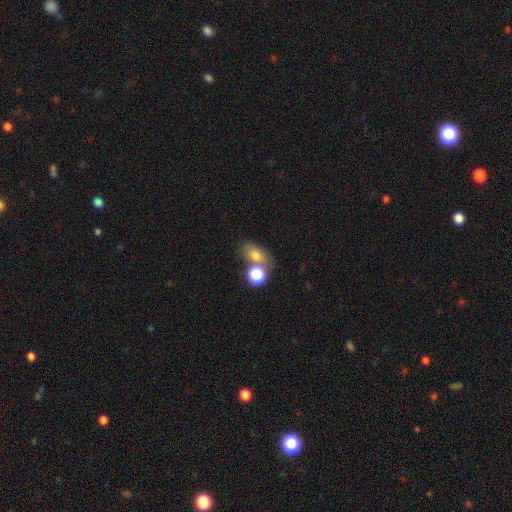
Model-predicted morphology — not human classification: Smooth or featured? Predicted: smooth (p=0.72). How rounded? Predicted: in between (p=0.67). Merging? Predicted: none (p=0.50).